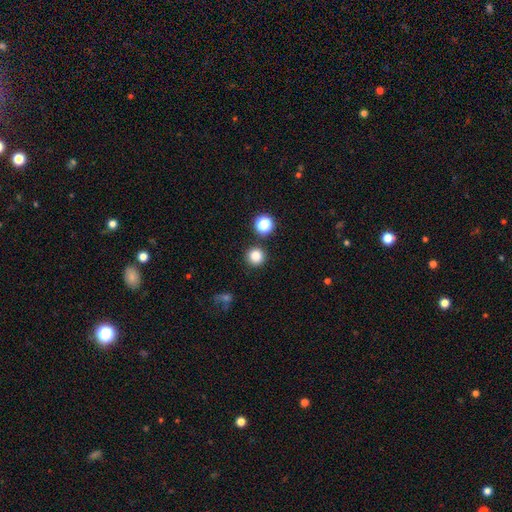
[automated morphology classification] Smooth or featured?
  - smooth: 82% *
  - star or artifact: 13%
  - featured or disk: 5%
How rounded?
  - round: 94% *
  - in between: 5%
  - cigar-shaped: 1%
Merging?
  - none: 88% *
  - minor disturbance: 6%
  - merger: 4%
  - major disturbance: 2%